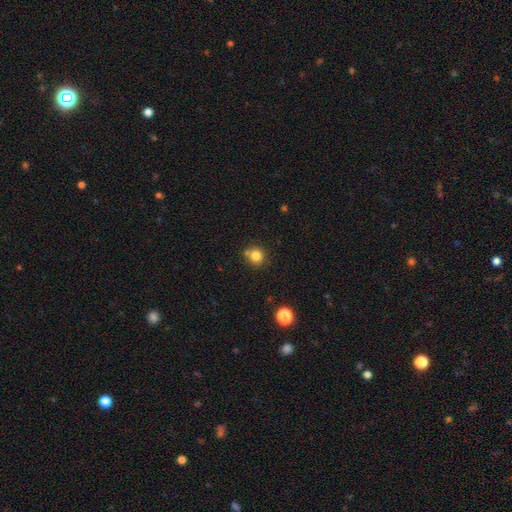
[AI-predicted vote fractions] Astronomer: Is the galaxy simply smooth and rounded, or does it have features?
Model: smooth — 81%.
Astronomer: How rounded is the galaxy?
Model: round — 89%.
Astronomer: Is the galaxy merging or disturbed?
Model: none — 73%.